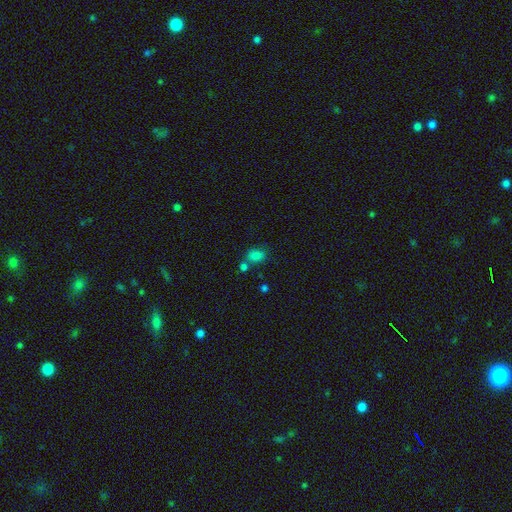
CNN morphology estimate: This appears to be a smooth galaxy with no disk features (79%) that is in between round and cigar-shaped (68%). Merging: none (58%).